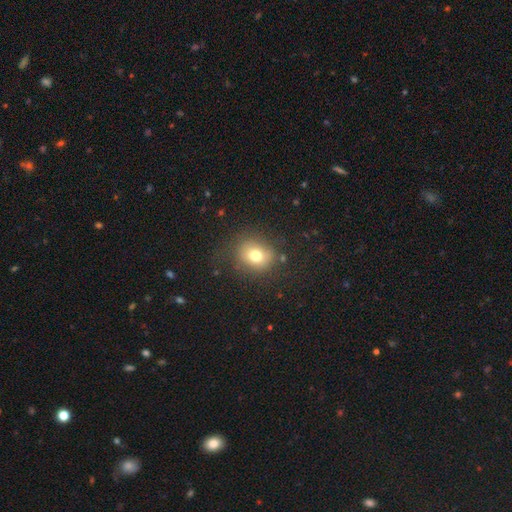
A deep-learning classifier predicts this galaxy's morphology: Smooth or featured? Predicted: smooth (p=0.74). How rounded? Predicted: round (p=0.67). Merging? Predicted: none (p=0.78).